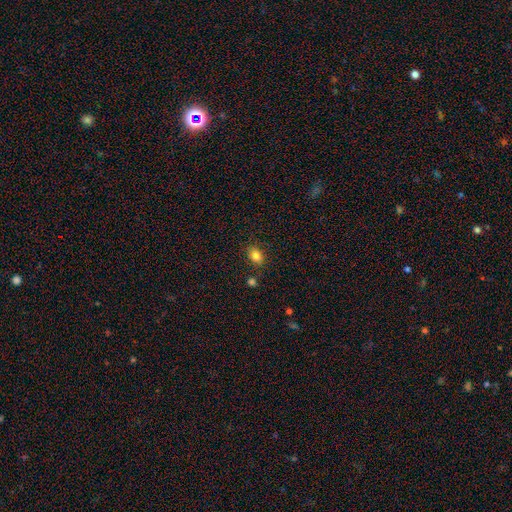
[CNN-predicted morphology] Smooth or featured? smooth (82%)
How rounded? in between (77%)
Merging? none (79%)